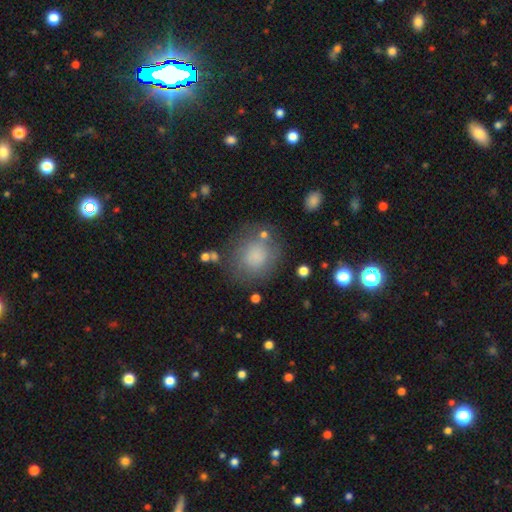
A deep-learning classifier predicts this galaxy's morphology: A smooth galaxy with no disk features (78%) that is round (82%).

Vote fractions:
- Smooth or featured? smooth: 78% / featured or disk: 12% / star or artifact: 10%
- How rounded? round: 82% / in between: 17% / cigar-shaped: 1%
- Merging? none: 72% / minor disturbance: 16% / major disturbance: 8% / merger: 4%